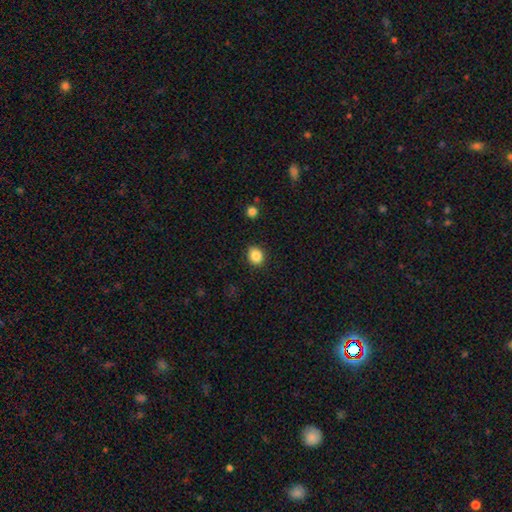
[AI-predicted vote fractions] Q: Smooth or featured?
A: smooth (86%); runner-up: star or artifact (10%)
Q: How rounded?
A: round (55%); runner-up: in between (44%)
Q: Merging?
A: none (88%); runner-up: minor disturbance (9%)